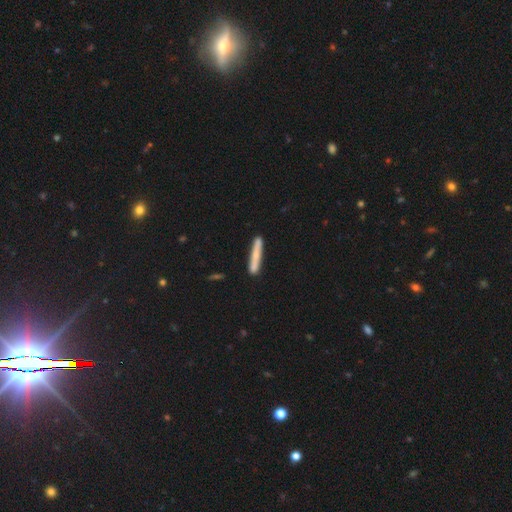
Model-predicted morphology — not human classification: Smooth or featured? Predicted: smooth (p=0.65). How rounded? Predicted: cigar-shaped (p=0.95). Merging? Predicted: none (p=0.83).